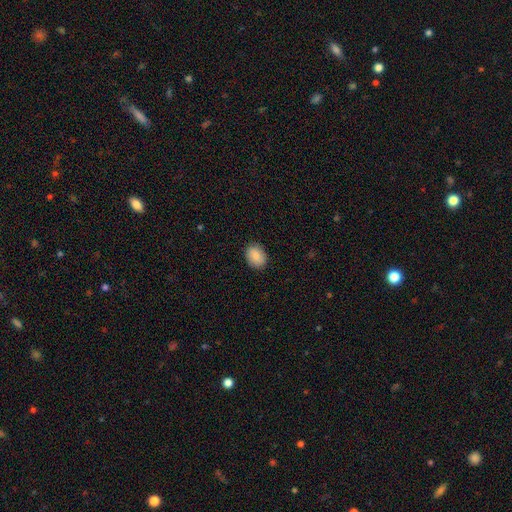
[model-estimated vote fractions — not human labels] This is clearly a smooth galaxy (87%). How rounded: likely in between (63%). Merging: clearly none (88%).